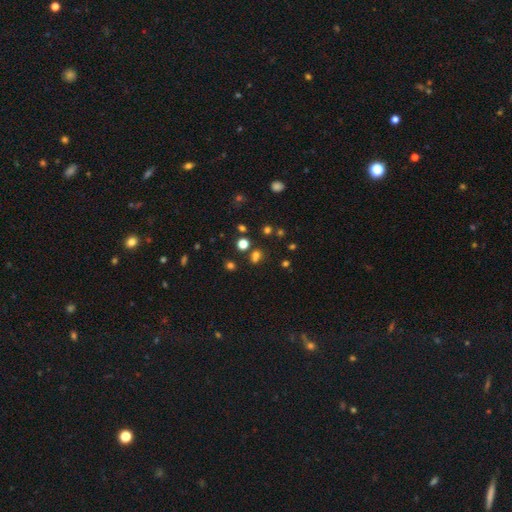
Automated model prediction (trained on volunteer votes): The model was most divided on "how rounded": round: 57%, in between: 41%, cigar-shaped: 2%. More confident: merging — none (69%); smooth or featured — smooth (61%).